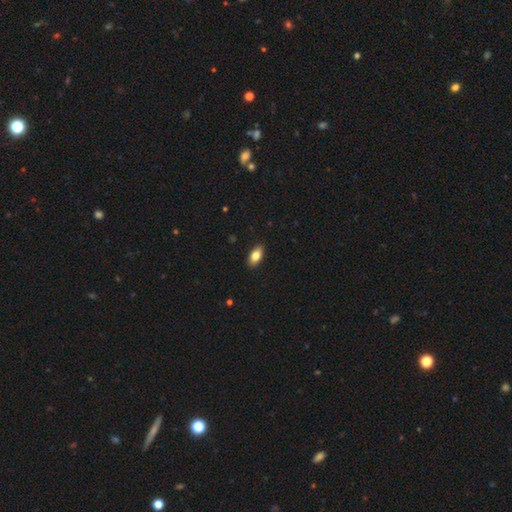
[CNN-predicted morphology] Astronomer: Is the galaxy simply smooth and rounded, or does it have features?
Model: smooth — 80%.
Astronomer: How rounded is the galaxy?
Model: in between — 89%.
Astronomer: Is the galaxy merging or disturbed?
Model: none — 89%.